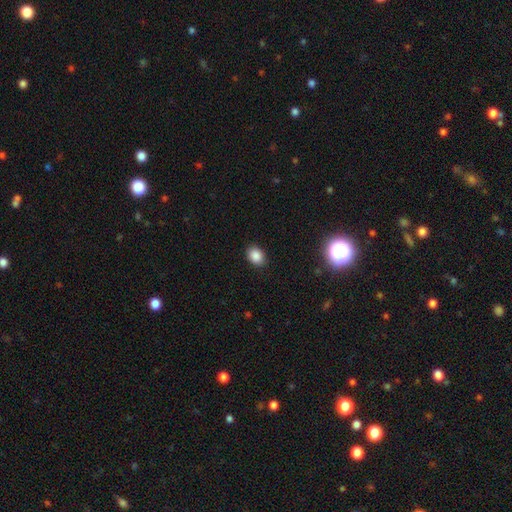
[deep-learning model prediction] A smooth galaxy with no disk features (87%) that is in between round and cigar-shaped (63%).

Vote fractions:
- Smooth or featured? smooth: 87% / star or artifact: 10% / featured or disk: 4%
- How rounded? in between: 63% / round: 36% / cigar-shaped: 1%
- Merging? none: 89% / minor disturbance: 8% / major disturbance: 2% / merger: 1%